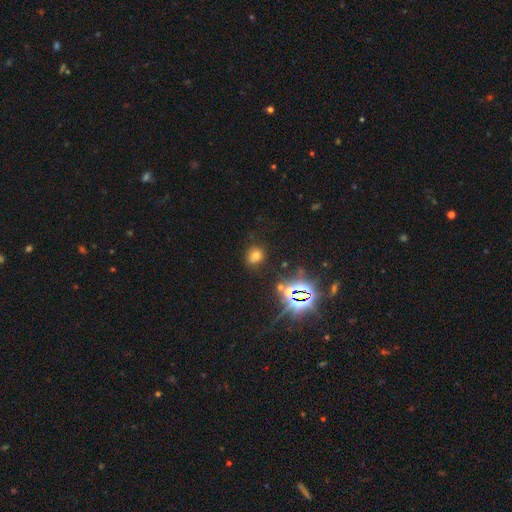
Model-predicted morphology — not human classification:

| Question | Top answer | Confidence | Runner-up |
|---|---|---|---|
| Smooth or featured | smooth | 61% | star or artifact (29%) |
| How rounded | round | 69% | in between (30%) |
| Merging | none | 77% | minor disturbance (13%) |